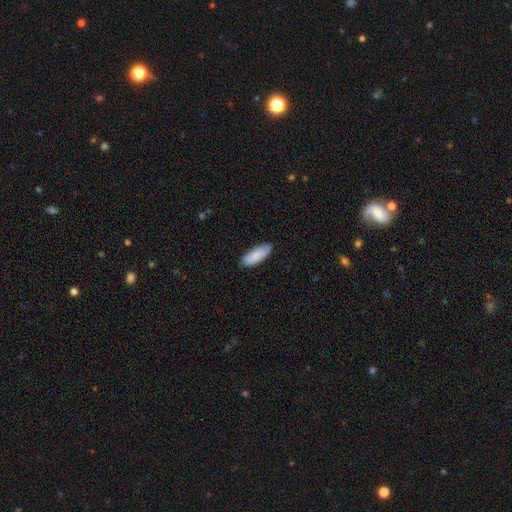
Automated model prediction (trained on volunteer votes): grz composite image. It shows a smooth galaxy with no disk features (86%) that is in between round and cigar-shaped (70%). Merging: none (82%).